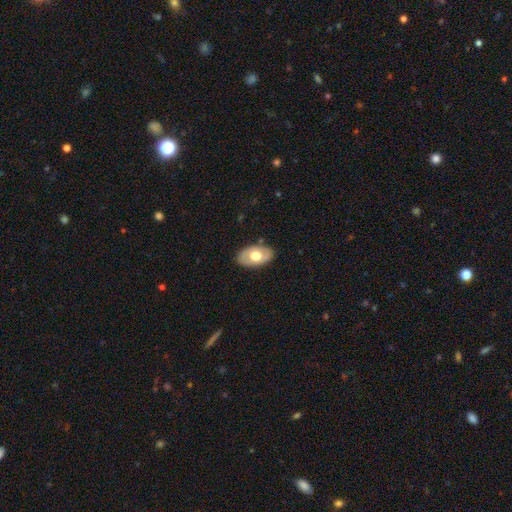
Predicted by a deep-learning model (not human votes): A smooth galaxy with no disk features (55%) that is in between round and cigar-shaped (90%). Merging: none (84%).